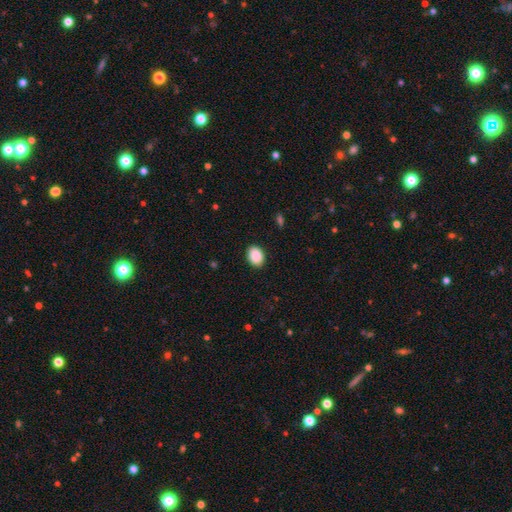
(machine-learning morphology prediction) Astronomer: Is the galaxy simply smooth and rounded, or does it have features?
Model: smooth — 90%.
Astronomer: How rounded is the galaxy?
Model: in between — 76%.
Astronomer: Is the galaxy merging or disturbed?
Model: none — 89%.